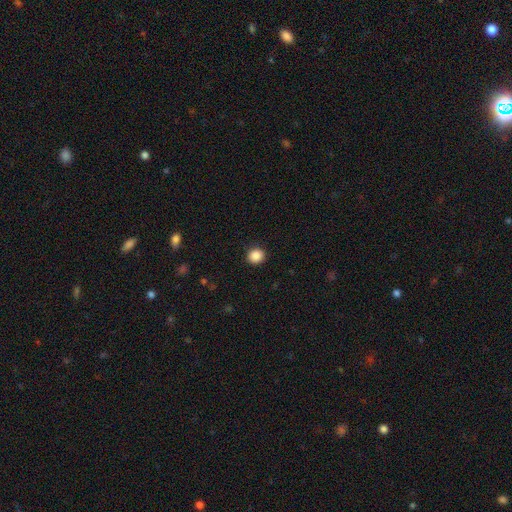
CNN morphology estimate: type=smooth (87%); roundness=round (84%); merging=none (91%).